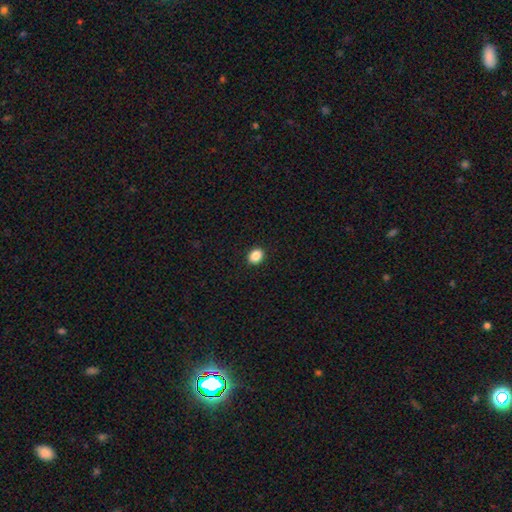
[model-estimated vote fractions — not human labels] This appears to be a smooth galaxy with no disk features (87%) that is in between round and cigar-shaped (55%). Merging: none (92%).